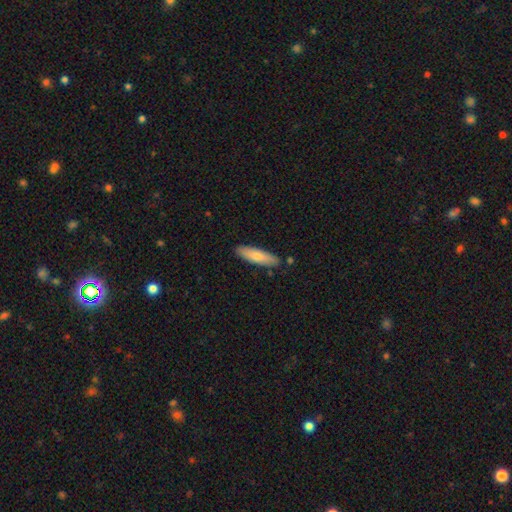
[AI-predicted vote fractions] Smooth or featured? Predicted: smooth (p=0.72). How rounded? Predicted: cigar-shaped (p=0.67). Merging? Predicted: none (p=0.86).